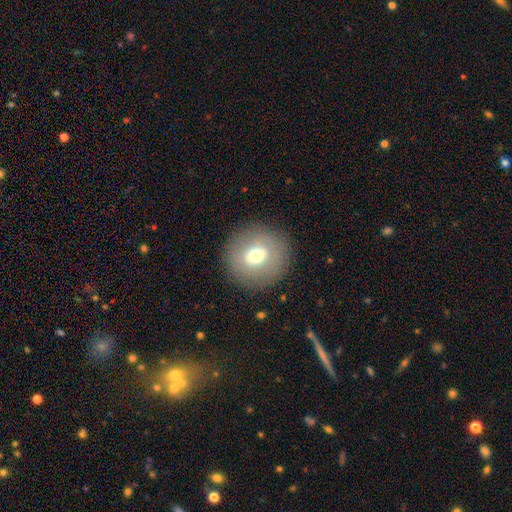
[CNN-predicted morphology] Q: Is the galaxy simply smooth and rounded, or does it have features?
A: smooth — 62%.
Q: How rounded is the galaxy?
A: round — 88%.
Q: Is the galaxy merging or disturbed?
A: none — 87%.